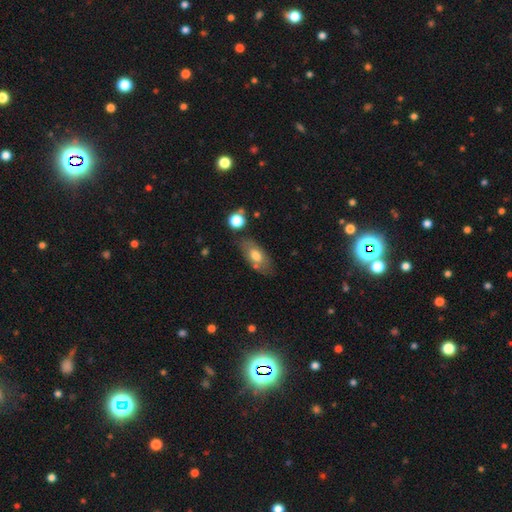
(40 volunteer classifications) Overall: smooth (78%). How rounded: in between (90%). Merging: none (66%).